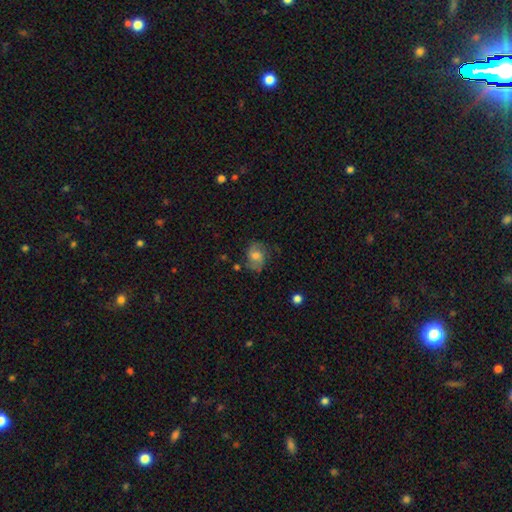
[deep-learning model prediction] Smooth or featured? featured or disk (51%)
Edge-on disk? no (97%)
Merging? none (69%)